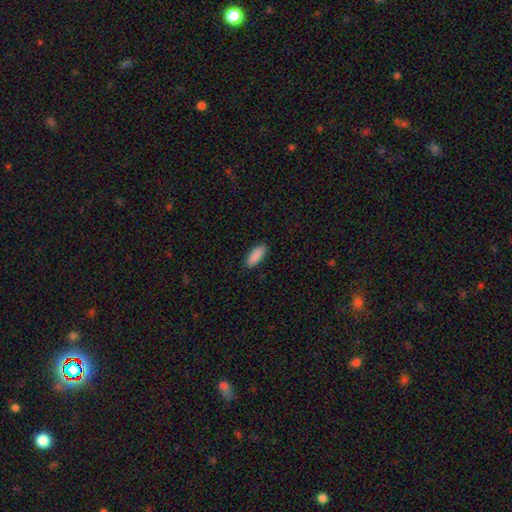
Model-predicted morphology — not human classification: Smooth or featured?
  - smooth: 90% *
  - star or artifact: 6%
  - featured or disk: 4%
How rounded?
  - in between: 68% *
  - cigar-shaped: 30%
  - round: 2%
Merging?
  - none: 88% *
  - minor disturbance: 9%
  - major disturbance: 2%
  - merger: 1%